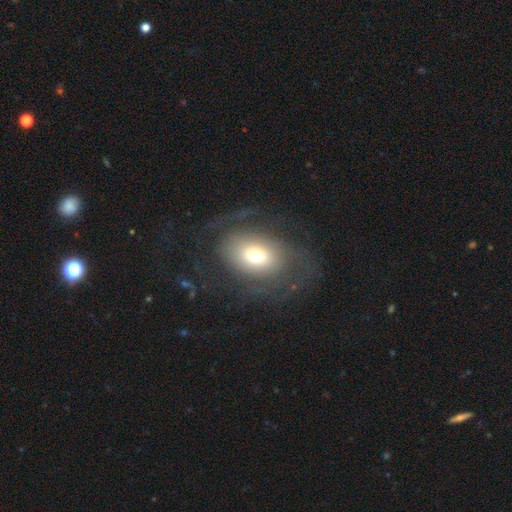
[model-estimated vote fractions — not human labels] Smooth or featured? smooth (48%)
Merging? none (54%)